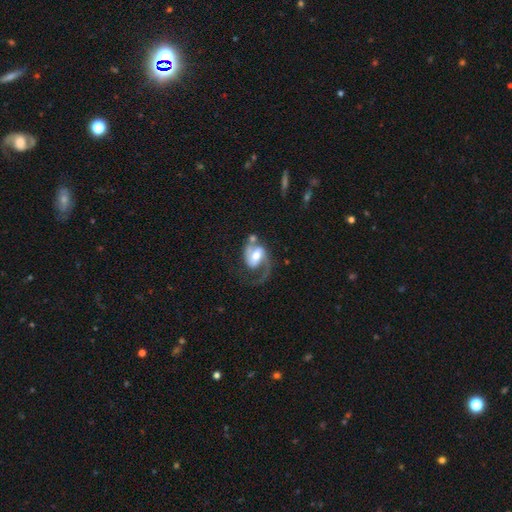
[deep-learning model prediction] smooth_or_featured: featured or disk (p=0.82) [alt: smooth p=0.13]
disk_edge_on: no (p=0.97) [alt: yes p=0.03]
bar: weak (p=0.46) [alt: strong p=0.28]
has_spiral_arms: yes (p=0.94) [alt: no p=0.06]
spiral_winding: medium (p=0.47) [alt: loose p=0.37]
spiral_arm_count: 2 (p=0.60) [alt: 1 p=0.35]
bulge_size: moderate (p=0.52) [alt: large p=0.28]
merging: none (p=0.40) [alt: major disturbance p=0.30]